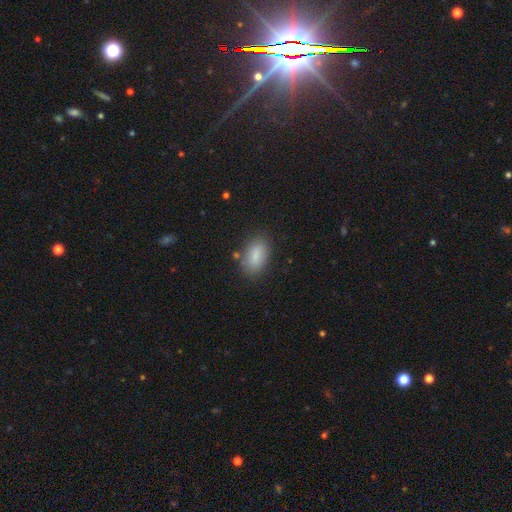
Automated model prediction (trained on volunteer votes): Q: Smooth or featured?
A: smooth (84%); runner-up: featured or disk (8%)
Q: How rounded?
A: in between (91%); runner-up: round (7%)
Q: Merging?
A: none (80%); runner-up: minor disturbance (13%)